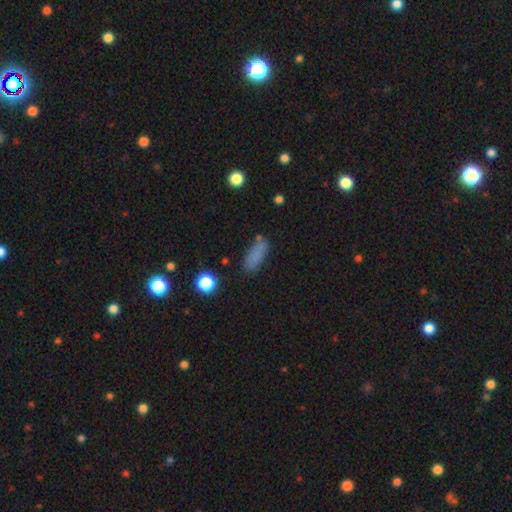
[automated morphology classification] This appears to be a smooth galaxy with no disk features (79%) that is in between round and cigar-shaped (67%). Merging: none (68%).